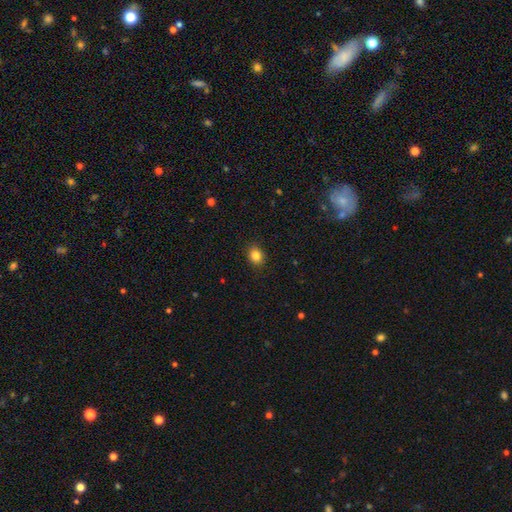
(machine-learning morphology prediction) type=smooth (84%); roundness=round (54%); merging=none (90%).